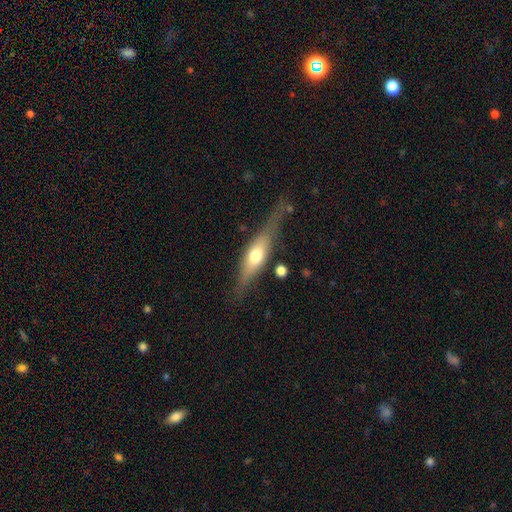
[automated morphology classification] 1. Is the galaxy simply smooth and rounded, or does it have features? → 49% featured or disk, 45% smooth, 6% star or artifact.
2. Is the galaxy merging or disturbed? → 64% none, 23% minor disturbance, 9% major disturbance, 4% merger.